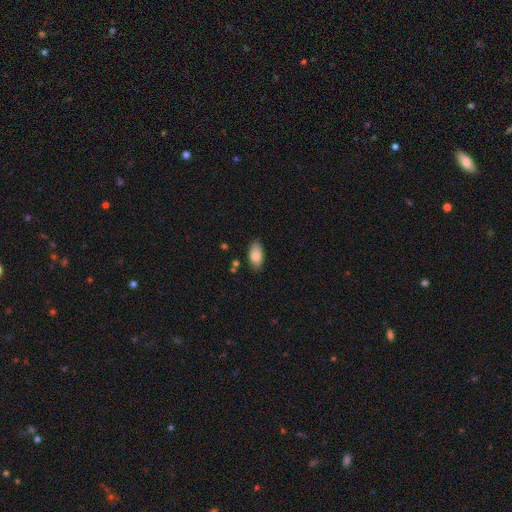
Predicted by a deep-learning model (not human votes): Morphology: type=smooth (83%); roundness=in between (93%); merging=none (81%).